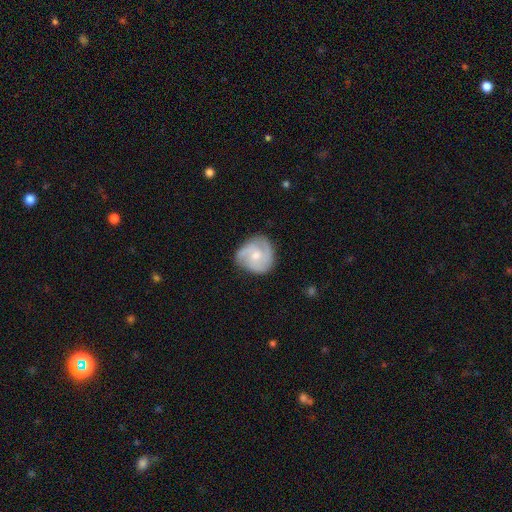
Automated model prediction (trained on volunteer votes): Q: Smooth or featured?
A: featured or disk (65%); runner-up: smooth (29%)
Q: Edge-on disk?
A: no (98%); runner-up: yes (2%)
Q: Bar?
A: no (68%); runner-up: weak (28%)
Q: Spiral arms?
A: yes (89%); runner-up: no (11%)
Q: Spiral winding?
A: medium (45%); runner-up: tight (37%)
Q: Spiral arm count?
A: 3 (41%); runner-up: 2 (31%)
Q: Bulge size?
A: moderate (52%); runner-up: small (42%)
Q: Merging?
A: none (65%); runner-up: minor disturbance (25%)